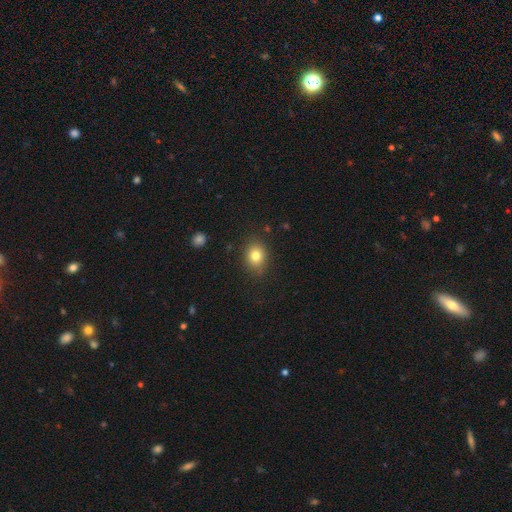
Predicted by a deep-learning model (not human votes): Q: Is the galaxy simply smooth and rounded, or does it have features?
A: smooth — 80%.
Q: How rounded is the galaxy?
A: round — 51%.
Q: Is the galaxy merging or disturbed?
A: none — 84%.